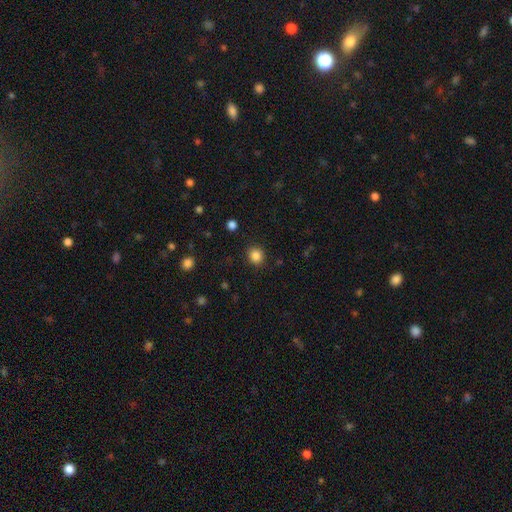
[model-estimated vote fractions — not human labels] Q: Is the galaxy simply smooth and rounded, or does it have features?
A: smooth — 85%.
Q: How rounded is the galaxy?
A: round — 84%.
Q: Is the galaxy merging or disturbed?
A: none — 90%.